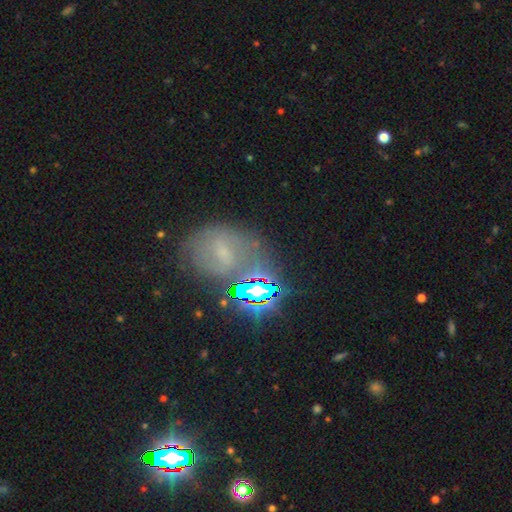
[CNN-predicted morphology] star or artifact 42%, featured or disk 35%, smooth 23%.